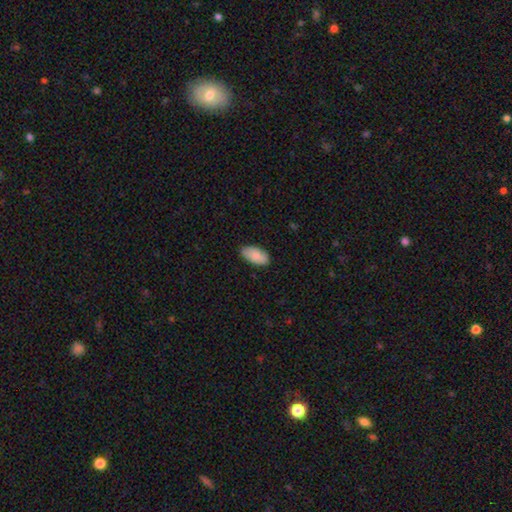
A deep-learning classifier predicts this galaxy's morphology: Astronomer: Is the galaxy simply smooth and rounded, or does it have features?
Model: smooth — 86%.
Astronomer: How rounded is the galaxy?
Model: in between — 94%.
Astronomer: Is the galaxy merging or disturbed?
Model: none — 85%.